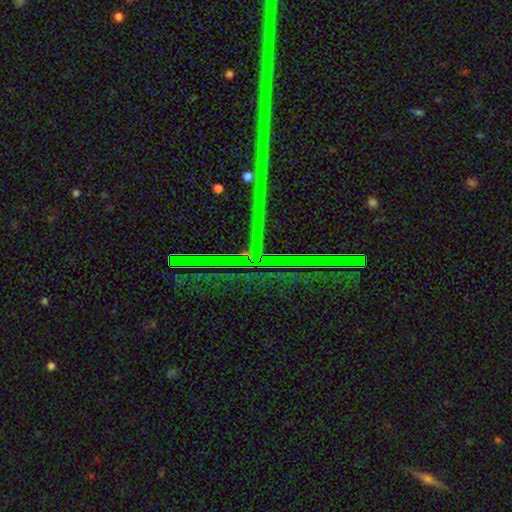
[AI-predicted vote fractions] Smooth or featured? star or artifact (84%)